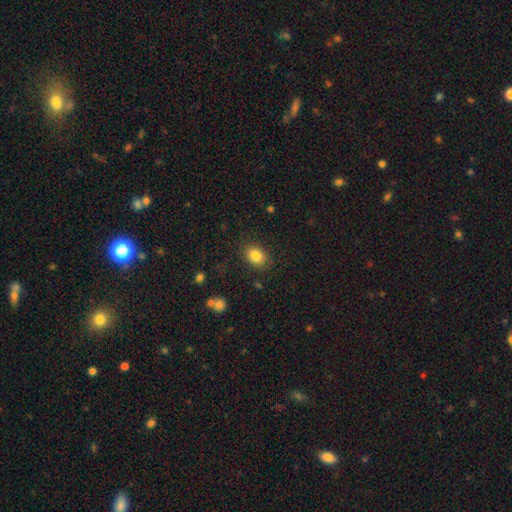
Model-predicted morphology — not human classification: A smooth galaxy with no disk features (84%) that is in between round and cigar-shaped (66%).

Vote fractions:
- Smooth or featured? smooth: 84% / star or artifact: 9% / featured or disk: 7%
- How rounded? in between: 66% / round: 33% / cigar-shaped: 1%
- Merging? none: 85% / minor disturbance: 10% / major disturbance: 3% / merger: 1%